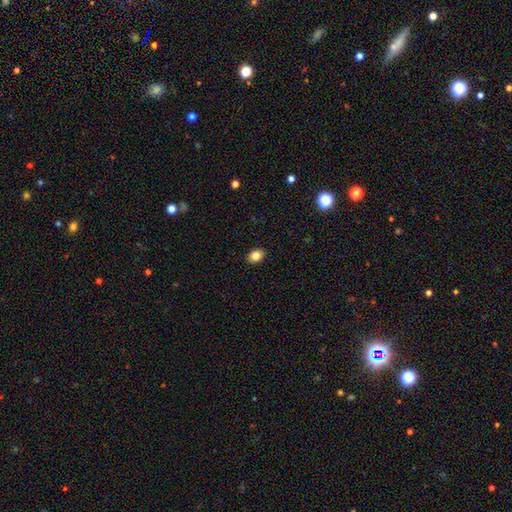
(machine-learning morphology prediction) Smooth or featured?
  - smooth: 83% *
  - star or artifact: 10%
  - featured or disk: 7%
How rounded?
  - in between: 72% *
  - round: 27%
  - cigar-shaped: 1%
Merging?
  - none: 90% *
  - minor disturbance: 7%
  - major disturbance: 2%
  - merger: 1%